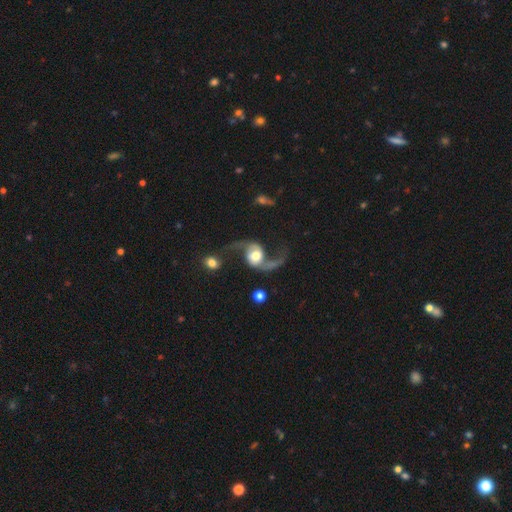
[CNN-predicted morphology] This is clearly a featured or disk galaxy (88%). It is clearly not viewed edge-on (97%). Bar: possibly no (56%). Spiral arm pattern: clearly yes (96%). Spiral arm count: clearly 2 (93%). Spiral winding: clearly loose (83%). Central bulge: possibly moderate (51%). Merging: likely none (63%).